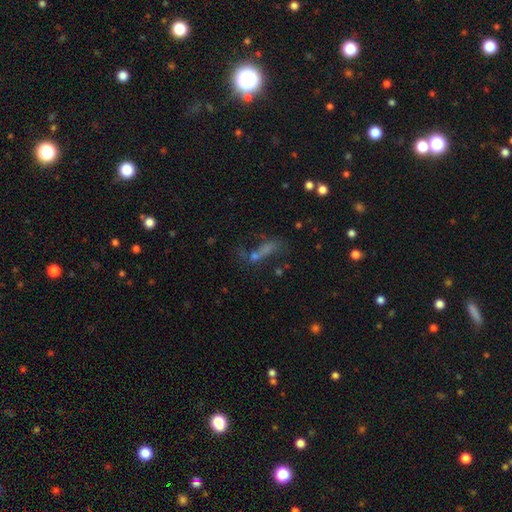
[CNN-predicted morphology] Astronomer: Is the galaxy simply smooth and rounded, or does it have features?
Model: smooth — 44% (runner-up: star or artifact, 29%).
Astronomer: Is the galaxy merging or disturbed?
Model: none — 41% (runner-up: major disturbance, 22%).